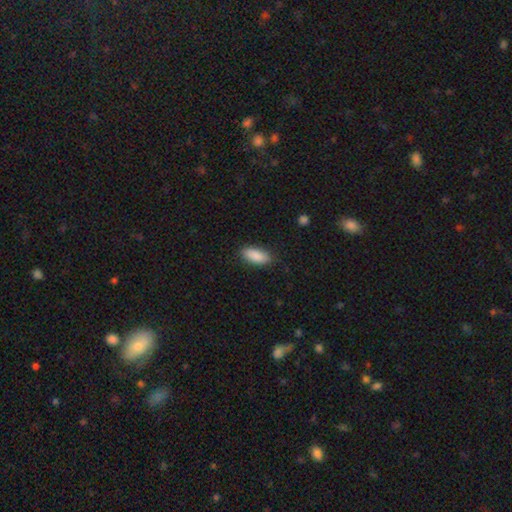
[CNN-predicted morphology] Overall: smooth (89%). How rounded: in between (84%). Merging: none (84%).